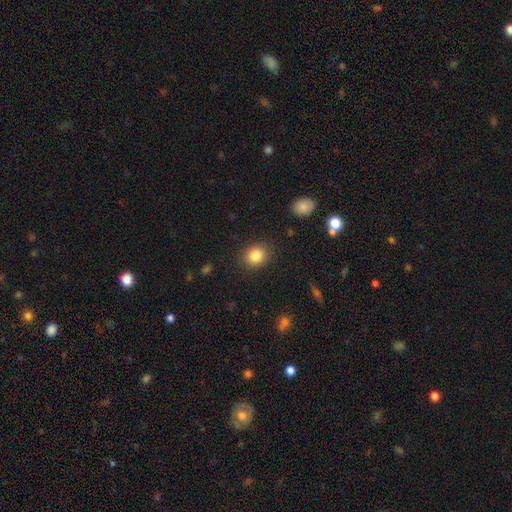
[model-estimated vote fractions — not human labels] smooth 85%, star or artifact 10%, featured or disk 5%. Down the decision tree: how rounded — round (73%); merging — none (88%).